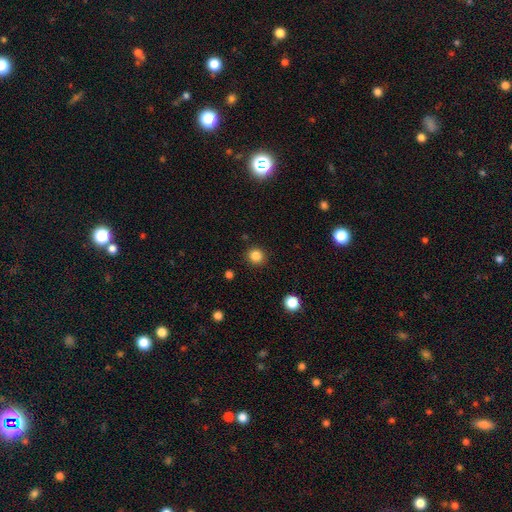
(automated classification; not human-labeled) smooth_or_featured: smooth (p=0.85) [alt: star or artifact p=0.12]
how_rounded: round (p=0.92) [alt: in between p=0.07]
merging: none (p=0.90) [alt: minor disturbance p=0.06]